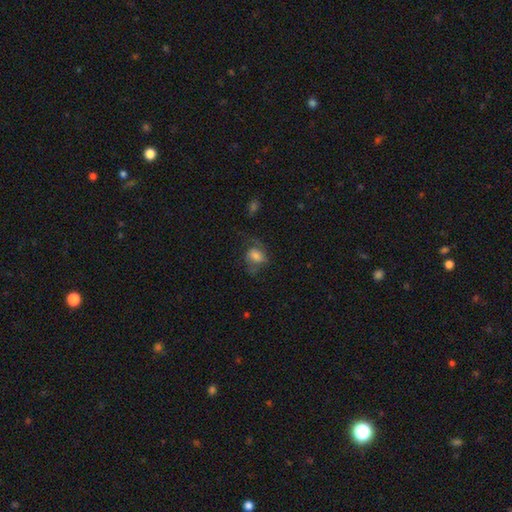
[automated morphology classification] A smooth galaxy with no disk features (55%) that is in between round and cigar-shaped (60%).

Vote fractions:
- Smooth or featured? smooth: 55% / featured or disk: 36% / star or artifact: 10%
- How rounded? in between: 60% / round: 38% / cigar-shaped: 1%
- Merging? none: 44% / major disturbance: 31% / minor disturbance: 23% / merger: 3%